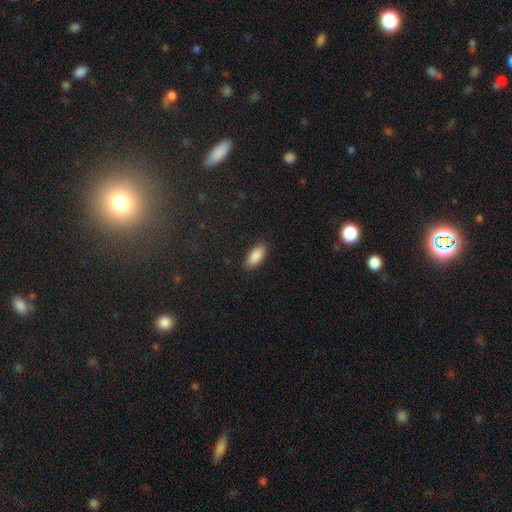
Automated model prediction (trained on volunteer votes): smooth 89%, star or artifact 6%, featured or disk 5%. Down the decision tree: how rounded — in between (87%); merging — none (88%).